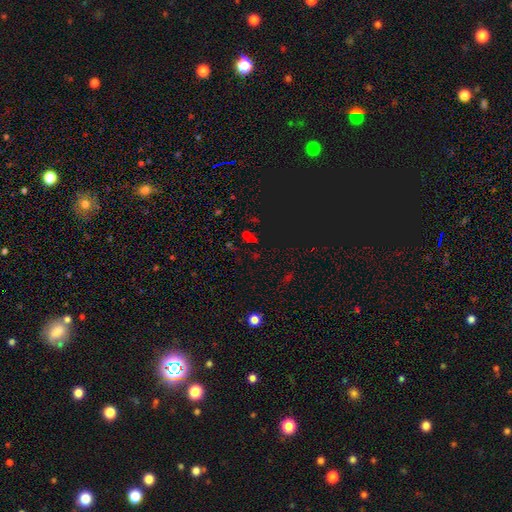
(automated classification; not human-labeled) Overall: star or artifact (58%; smooth 32%).